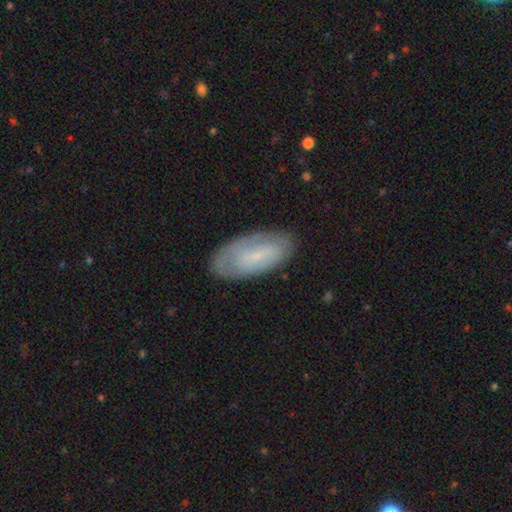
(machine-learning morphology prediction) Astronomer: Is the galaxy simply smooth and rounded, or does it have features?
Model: smooth — 54% (runner-up: featured or disk, 39%).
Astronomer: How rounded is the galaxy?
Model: in between — 87%.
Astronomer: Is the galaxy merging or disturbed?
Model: none — 74%.